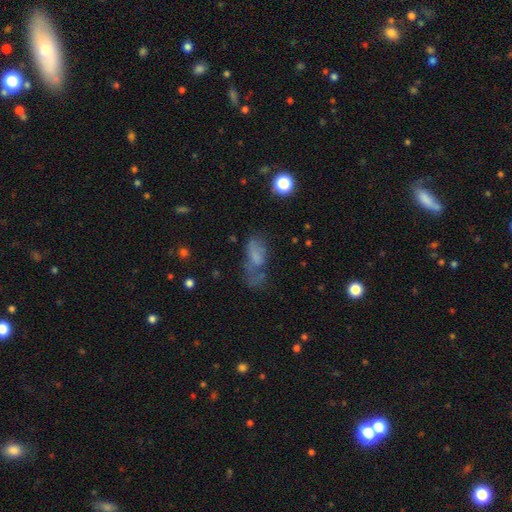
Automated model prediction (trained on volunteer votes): Overall: smooth (54%; featured or disk 30%). How rounded: in between (83%). Merging: major disturbance (41%; none 27%).